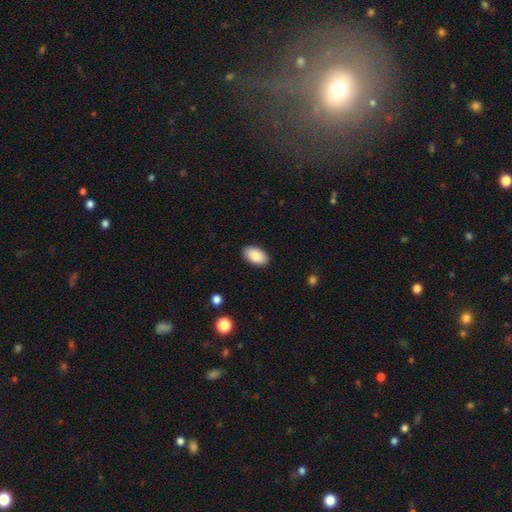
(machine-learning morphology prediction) Overall: smooth (86%). How rounded: in between (95%). Merging: none (89%).